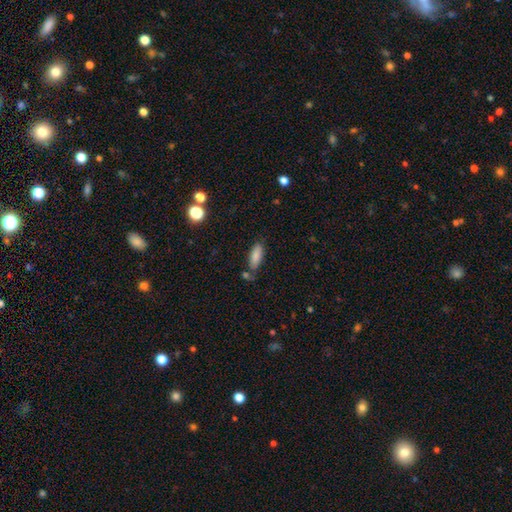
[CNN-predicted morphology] smooth 84%, featured or disk 8%, star or artifact 8%. Down the decision tree: how rounded — in between (71%); merging — none (66%).